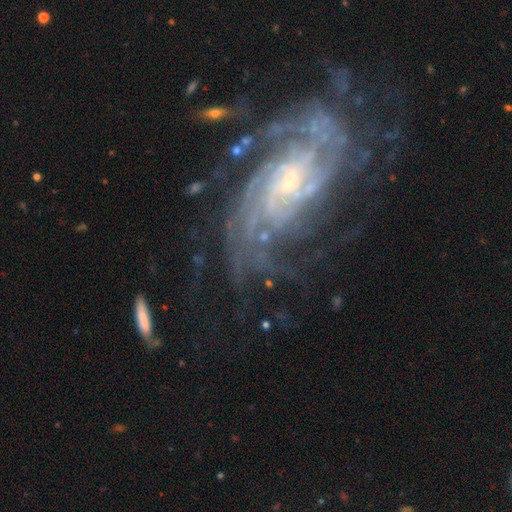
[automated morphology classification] Smooth or featured: featured or disk — 89% (star or artifact — 6%)
Edge-on disk: no — 96% (yes — 4%)
Bar: weak — 44% (no — 42%)
Spiral arms: yes — 97% (no — 3%)
Spiral winding: tight — 63% (medium — 30%)
Spiral arm count: can't tell — 28% (4 — 19%)
Bulge size: small — 56% (moderate — 34%)
Merging: none — 68% (minor disturbance — 17%)